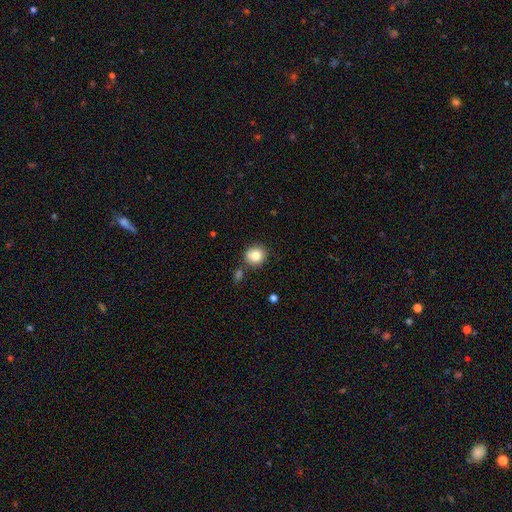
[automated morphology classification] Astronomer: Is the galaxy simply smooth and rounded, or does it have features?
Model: smooth — 81%.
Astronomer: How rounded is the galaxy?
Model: round — 85%.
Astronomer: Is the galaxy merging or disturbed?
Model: none — 75%.